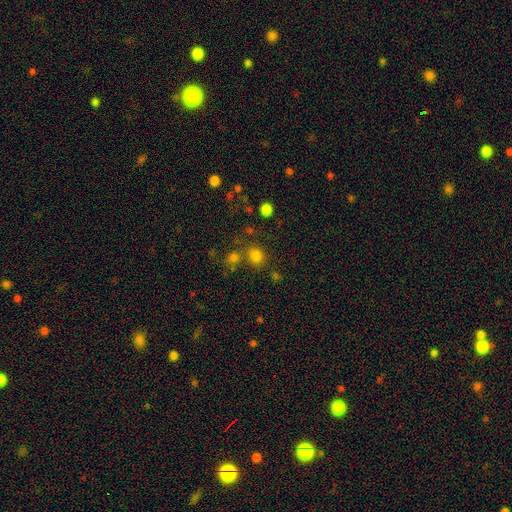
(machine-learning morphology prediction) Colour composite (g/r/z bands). It shows a smooth galaxy with no disk features (77%) that is round (75%). Merging: none (68%).